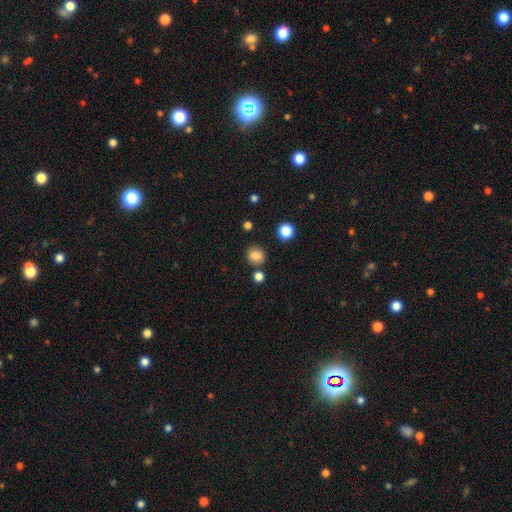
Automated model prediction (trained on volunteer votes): This is clearly a smooth galaxy (83%). How rounded: clearly round (83%). Merging: clearly none (81%).